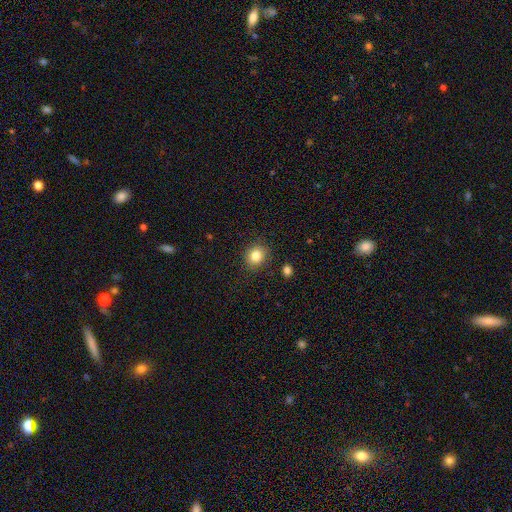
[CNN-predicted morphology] smooth_or_featured: smooth (p=0.83) [alt: star or artifact p=0.11]
how_rounded: round (p=0.79) [alt: in between p=0.20]
merging: none (p=0.87) [alt: minor disturbance p=0.08]